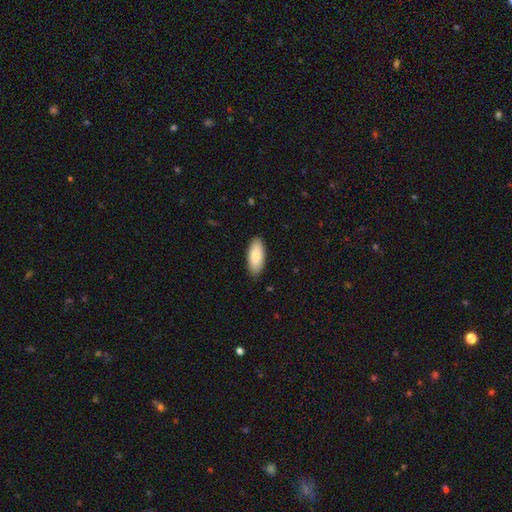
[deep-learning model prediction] Q: Smooth or featured?
A: smooth (84%); runner-up: featured or disk (10%)
Q: How rounded?
A: in between (86%); runner-up: cigar-shaped (12%)
Q: Merging?
A: none (88%); runner-up: minor disturbance (10%)